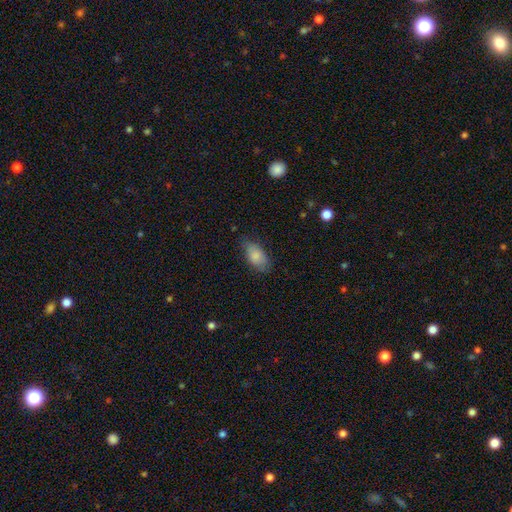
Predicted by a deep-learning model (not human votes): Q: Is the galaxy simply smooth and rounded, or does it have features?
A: smooth — 84%.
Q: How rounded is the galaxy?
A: in between — 91%.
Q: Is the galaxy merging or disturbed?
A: none — 71%.